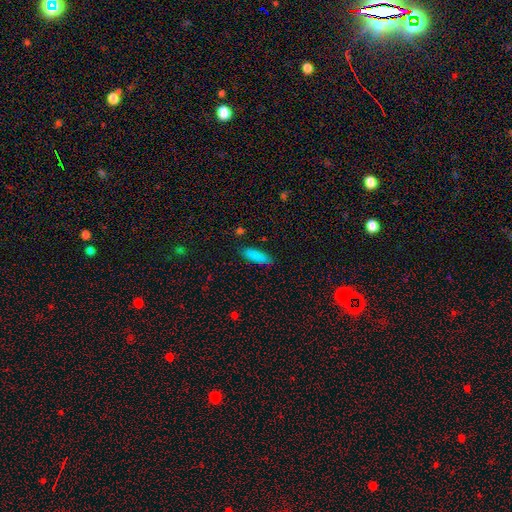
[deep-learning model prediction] The model was most divided on "how rounded": in between: 55%, cigar-shaped: 43%, round: 2%. More confident: smooth or featured — smooth (87%); merging — none (85%).